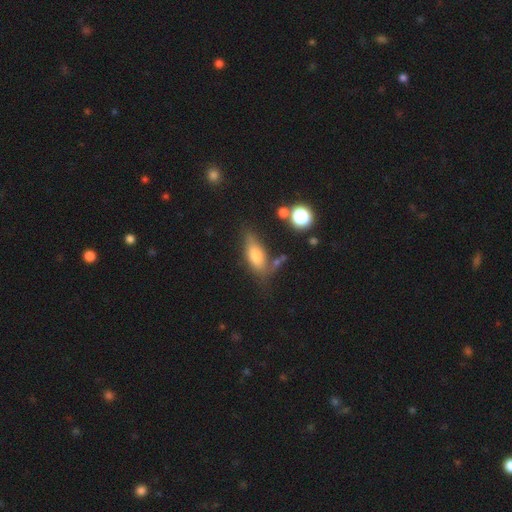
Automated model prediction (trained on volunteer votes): A smooth galaxy with no disk features (68%) that is in between round and cigar-shaped (77%).

Vote fractions:
- Smooth or featured? smooth: 68% / featured or disk: 22% / star or artifact: 10%
- How rounded? in between: 77% / cigar-shaped: 18% / round: 5%
- Merging? none: 58% / minor disturbance: 25% / major disturbance: 9% / merger: 8%